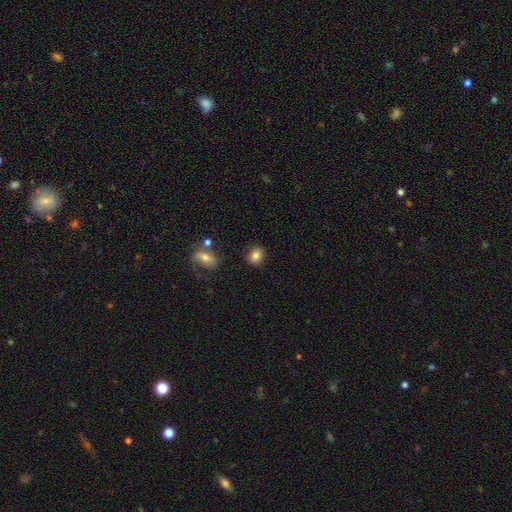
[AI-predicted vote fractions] Smooth or featured? Predicted: smooth (p=0.83). How rounded? Predicted: round (p=0.63). Merging? Predicted: none (p=0.86).